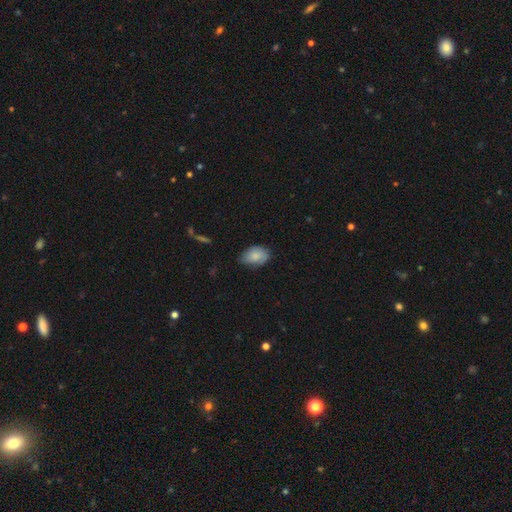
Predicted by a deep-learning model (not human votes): A smooth galaxy with no disk features (78%) that is in between round and cigar-shaped (86%).

Vote fractions:
- Smooth or featured? smooth: 78% / featured or disk: 15% / star or artifact: 7%
- How rounded? in between: 86% / round: 13% / cigar-shaped: 1%
- Merging? none: 63% / minor disturbance: 30% / major disturbance: 6% / merger: 1%